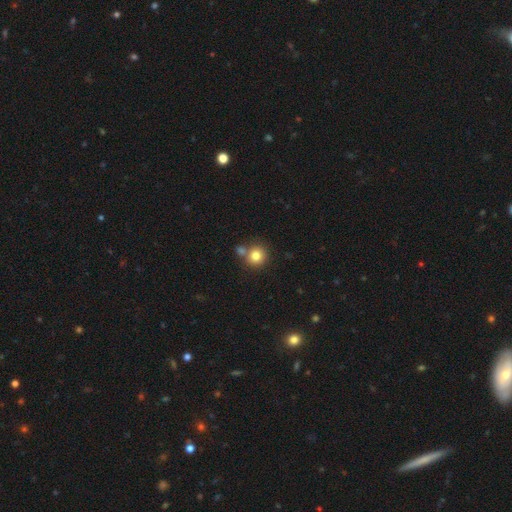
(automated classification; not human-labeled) Smooth or featured? Predicted: smooth (p=0.80). How rounded? Predicted: round (p=0.90). Merging? Predicted: none (p=0.63).